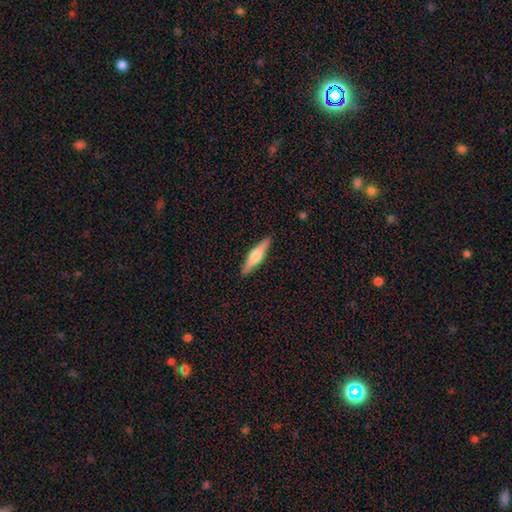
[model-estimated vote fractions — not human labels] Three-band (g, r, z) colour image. It shows a featured or disk galaxy (59%) viewed edge-on (97%) with a rounded central bulge (90%). Merging: none (91%).